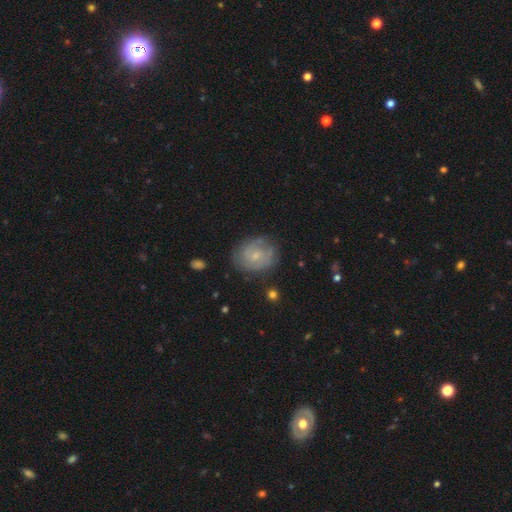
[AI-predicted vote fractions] smooth-or-featured: featured or disk: 52% | smooth: 40% | star or artifact: 8%
  disk-edge-on: no: 97% | yes: 3%
    bar: no: 71% | weak: 25% | strong: 4%
    has-spiral-arms: yes: 72% | no: 28%
    bulge-size: small: 67% | moderate: 26% | none: 5% | large: 2% | dominant: 1%
  merging: none: 71% | minor disturbance: 20% | major disturbance: 7% | merger: 2%